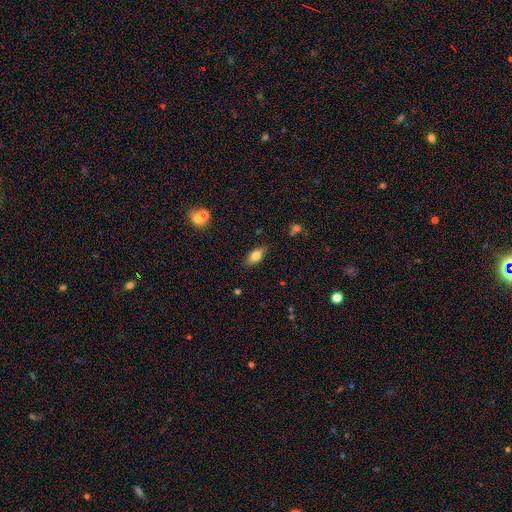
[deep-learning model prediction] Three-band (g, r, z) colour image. It shows a smooth galaxy with no disk features (77%) that is in between round and cigar-shaped (84%). Merging: none (84%).